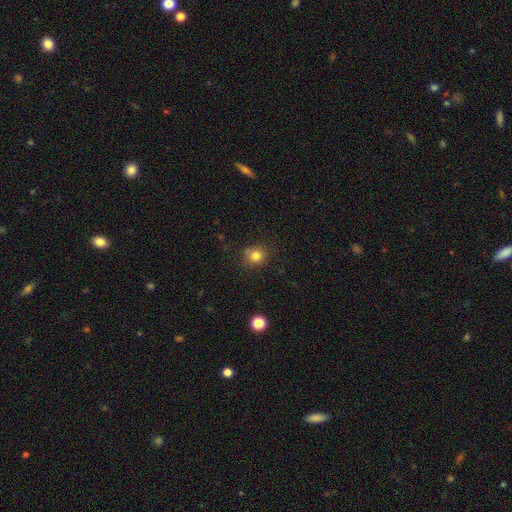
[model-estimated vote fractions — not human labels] A smooth galaxy with no disk features (81%) that is round (82%). Merging: none (76%).